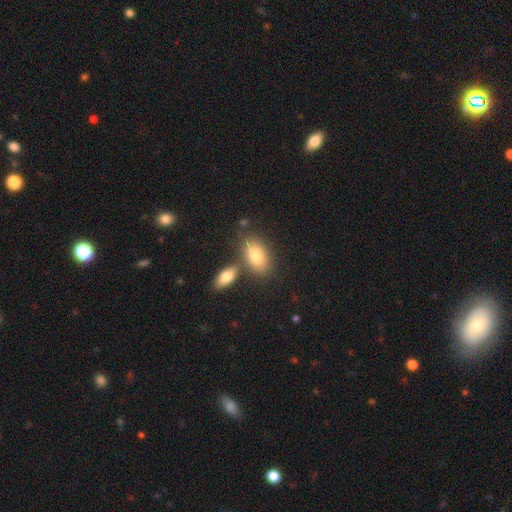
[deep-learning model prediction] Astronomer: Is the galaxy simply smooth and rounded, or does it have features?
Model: smooth — 80%.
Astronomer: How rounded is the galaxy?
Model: in between — 91%.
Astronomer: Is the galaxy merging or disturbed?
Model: none — 65%.